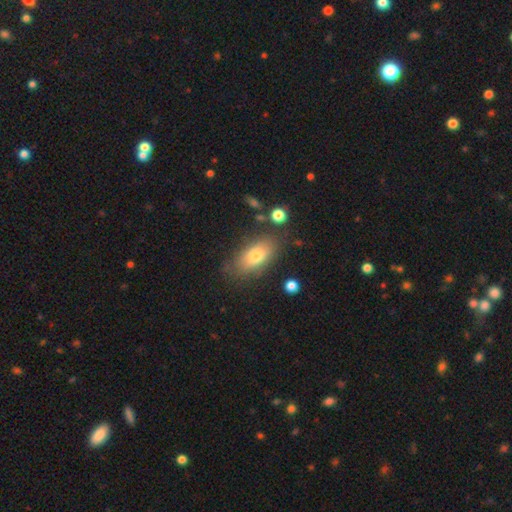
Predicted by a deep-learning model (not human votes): Smooth or featured? smooth (73%)
How rounded? in between (87%)
Merging? none (78%)